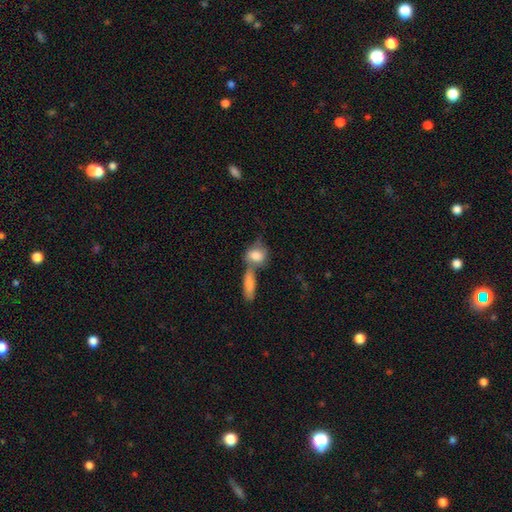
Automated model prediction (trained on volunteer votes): Overall: smooth (75%). How rounded: in between (54%; round 38%). Merging: merger (47%; none 33%).